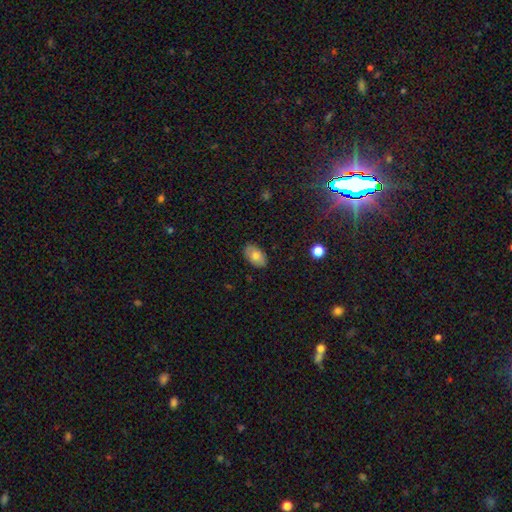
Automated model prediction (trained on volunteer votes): Morphology: type=smooth (73%); roundness=in between (91%); merging=none (86%).